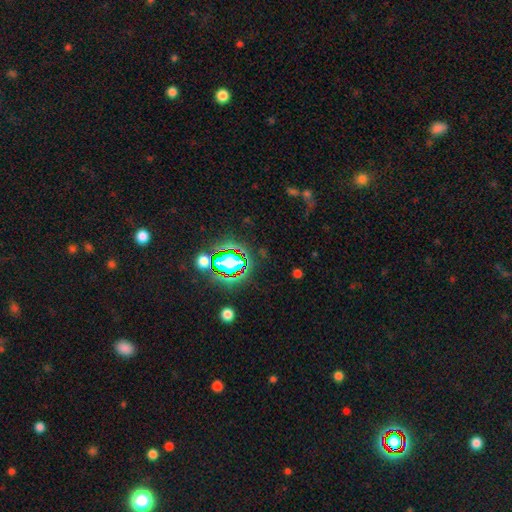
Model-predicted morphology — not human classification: smooth-or-featured: star or artifact: 73% | smooth: 16% | featured or disk: 11%